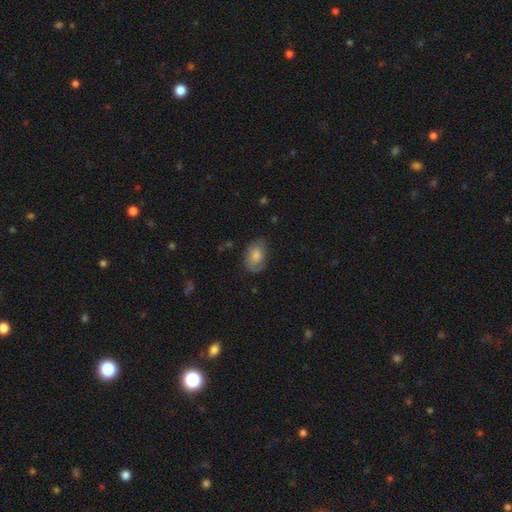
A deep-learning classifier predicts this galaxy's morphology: smooth_or_featured: smooth (p=0.71) [alt: featured or disk p=0.22]
how_rounded: in between (p=0.82) [alt: round p=0.17]
merging: none (p=0.66) [alt: minor disturbance p=0.24]